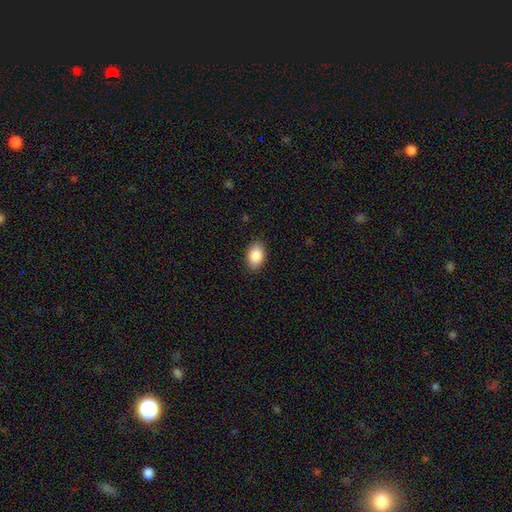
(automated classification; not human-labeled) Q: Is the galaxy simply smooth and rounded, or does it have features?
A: smooth — 87%.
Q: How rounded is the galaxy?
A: in between — 86%.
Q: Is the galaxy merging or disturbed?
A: none — 88%.